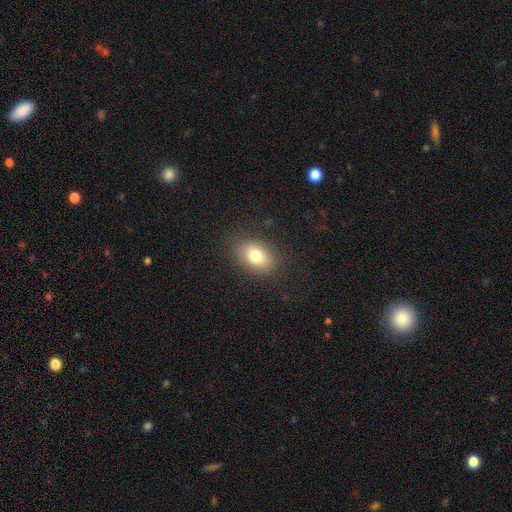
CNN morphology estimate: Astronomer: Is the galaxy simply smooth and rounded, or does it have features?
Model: smooth — 80%.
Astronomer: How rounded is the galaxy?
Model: in between — 83%.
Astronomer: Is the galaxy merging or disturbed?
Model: none — 84%.